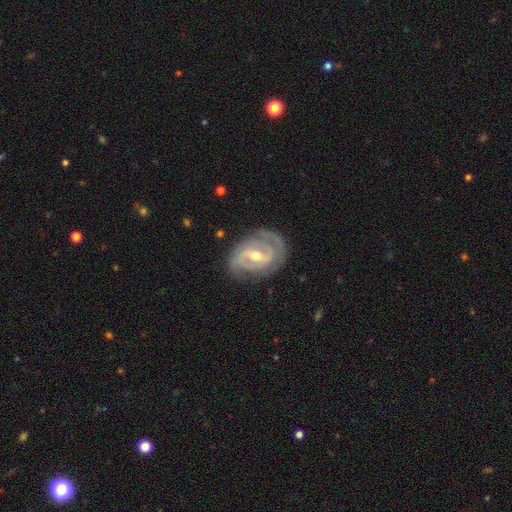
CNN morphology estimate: Smooth or featured? Predicted: featured or disk (p=0.86). Edge-on disk? Predicted: no (p=0.96). Bar? Predicted: weak (p=0.49). Spiral arms? Predicted: yes (p=0.92). Spiral winding? Predicted: tight (p=0.49). Spiral arm count? Predicted: 2 (p=0.67). Bulge size? Predicted: moderate (p=0.59). Merging? Predicted: none (p=0.74).